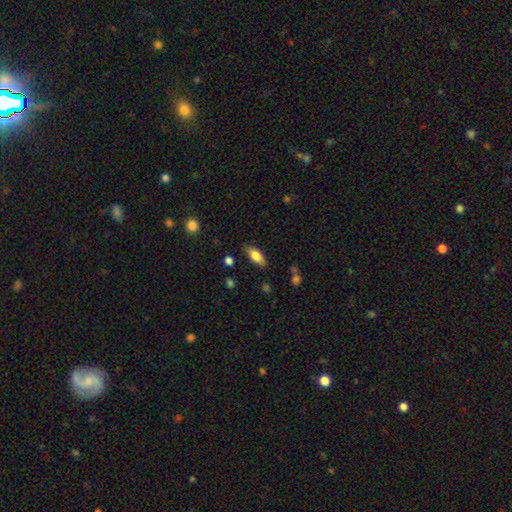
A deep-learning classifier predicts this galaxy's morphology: The model was most divided on "smooth or featured": smooth: 78%, featured or disk: 15%, star or artifact: 7%. More confident: merging — none (83%); how rounded — in between (82%).